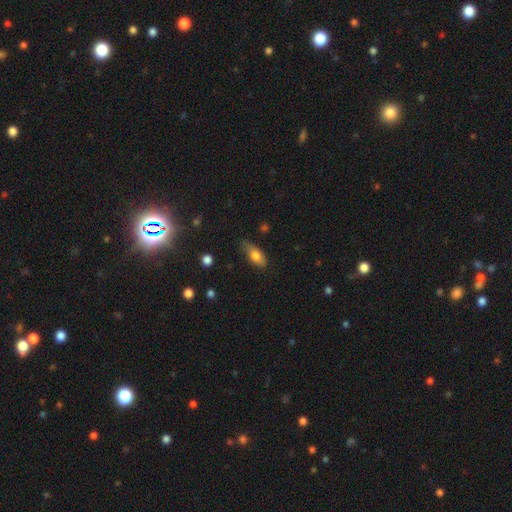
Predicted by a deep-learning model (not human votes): Smooth or featured?
  - smooth: 75% *
  - featured or disk: 18%
  - star or artifact: 7%
How rounded?
  - in between: 80% *
  - cigar-shaped: 16%
  - round: 4%
Merging?
  - none: 62% *
  - minor disturbance: 30%
  - major disturbance: 6%
  - merger: 2%